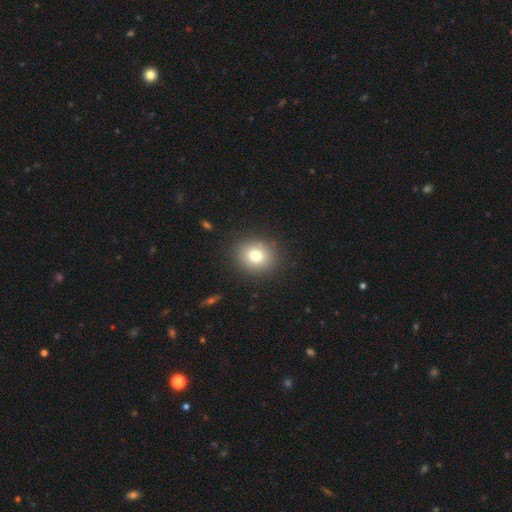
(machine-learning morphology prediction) Smooth or featured? Predicted: smooth (p=0.79). How rounded? Predicted: round (p=0.73). Merging? Predicted: none (p=0.89).